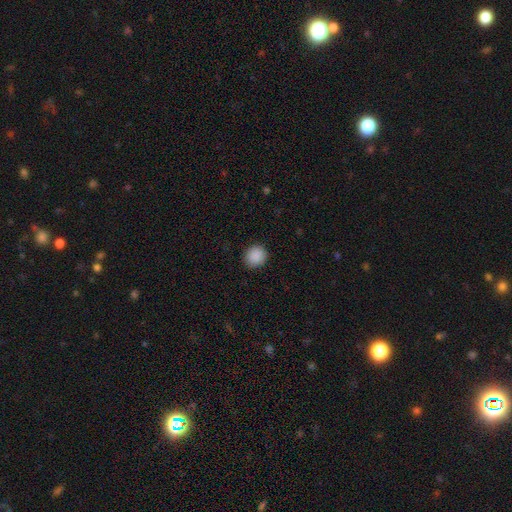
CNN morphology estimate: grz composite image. It shows a smooth galaxy with no disk features (90%) that is round (84%). Merging: none (90%).